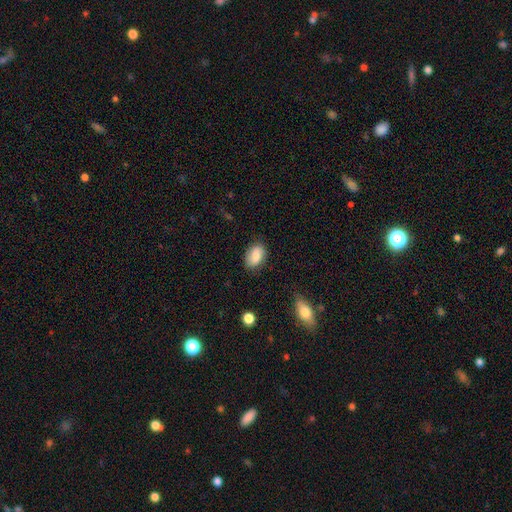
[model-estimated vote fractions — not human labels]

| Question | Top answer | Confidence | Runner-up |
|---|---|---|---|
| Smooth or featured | smooth | 78% | featured or disk (14%) |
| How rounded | in between | 87% | round (12%) |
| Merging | none | 81% | minor disturbance (15%) |